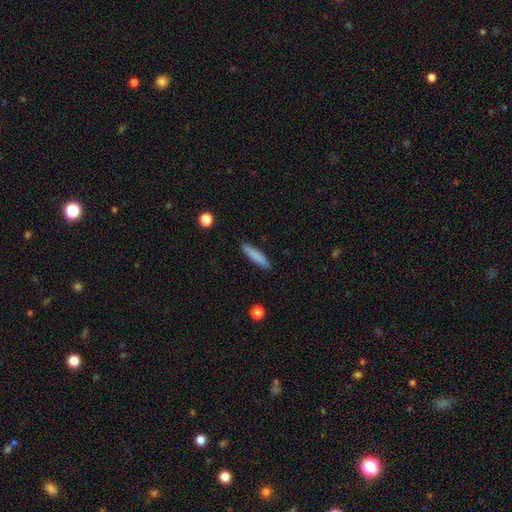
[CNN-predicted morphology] The model was most divided on "how rounded": cigar-shaped: 82%, in between: 16%, round: 1%. More confident: merging — none (89%); smooth or featured — smooth (84%).